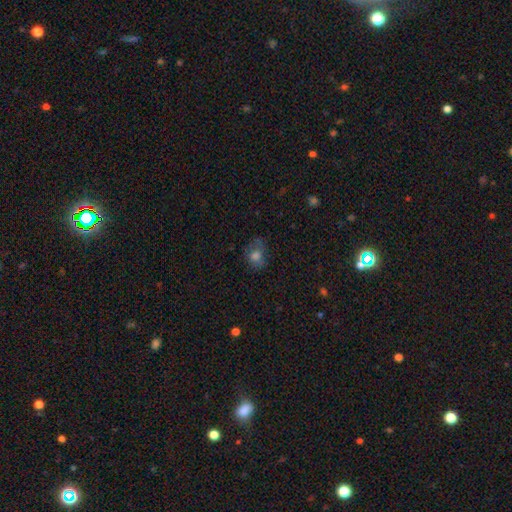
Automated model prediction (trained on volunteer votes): Smooth or featured? Predicted: smooth (p=0.65). How rounded? Predicted: in between (p=0.53). Merging? Predicted: none (p=0.57).